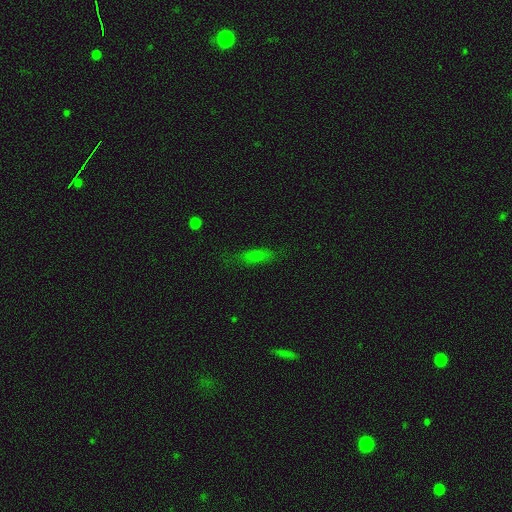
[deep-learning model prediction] Smooth or featured? Predicted: smooth (p=0.73). How rounded? Predicted: cigar-shaped (p=0.51). Merging? Predicted: none (p=0.73).